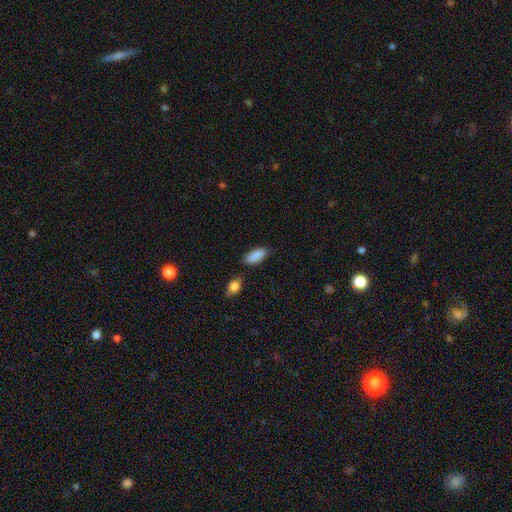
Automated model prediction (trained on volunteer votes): Morphology: type=smooth (89%); roundness=in between (83%); merging=none (80%).